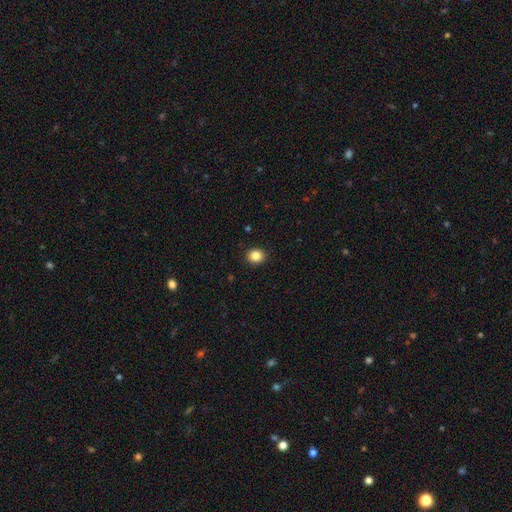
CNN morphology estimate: This is clearly a smooth galaxy (85%). How rounded: likely round (76%). Merging: clearly none (92%).